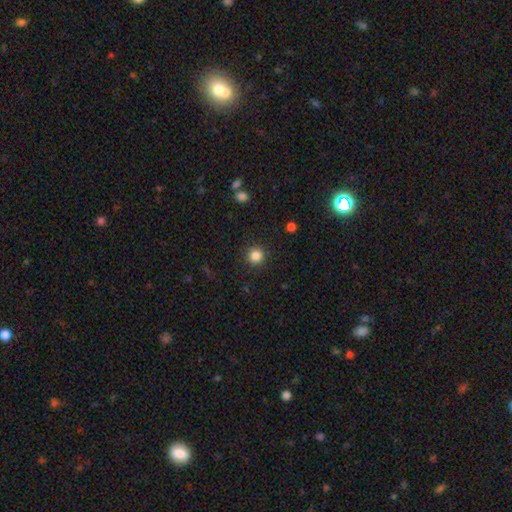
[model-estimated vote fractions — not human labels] A smooth galaxy with no disk features (85%) that is round (95%). Merging: none (91%).